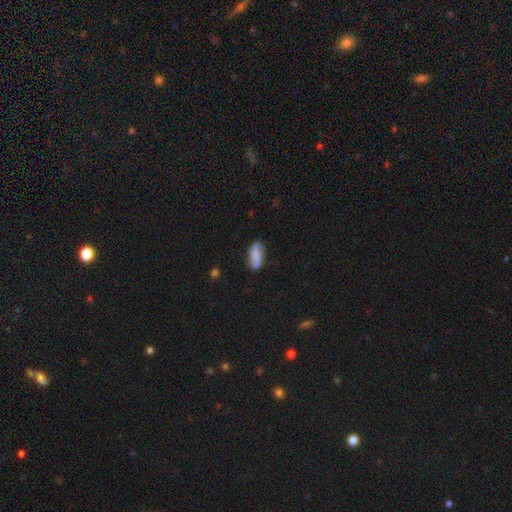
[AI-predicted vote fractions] Smooth or featured: smooth — 75% (featured or disk — 18%)
How rounded: in between — 78% (cigar-shaped — 19%)
Merging: none — 75% (minor disturbance — 19%)